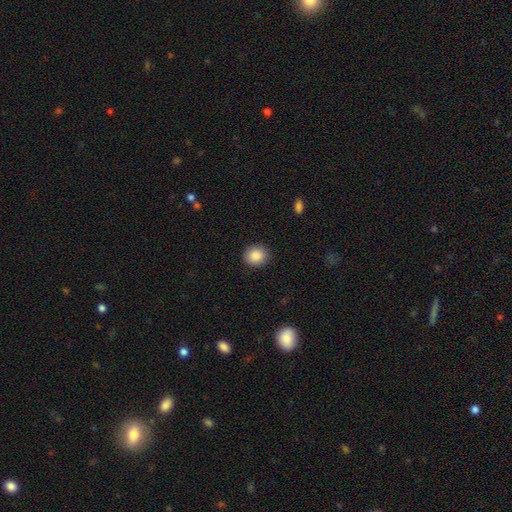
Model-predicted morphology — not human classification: This appears to be a smooth galaxy with no disk features (88%) that is round (77%). Merging: none (89%).